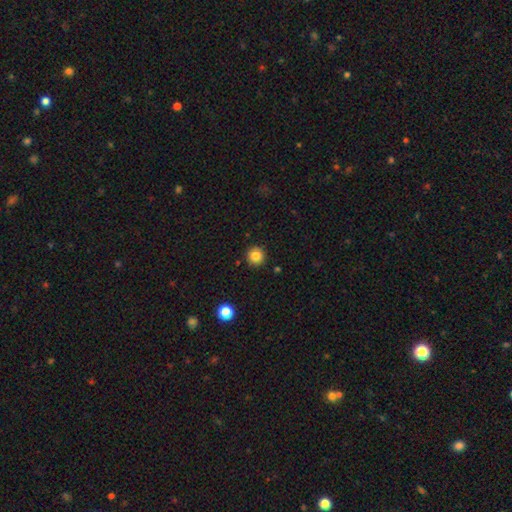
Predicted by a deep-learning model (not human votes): smooth 83%, star or artifact 11%, featured or disk 5%. Down the decision tree: how rounded — round (95%); merging — none (92%).